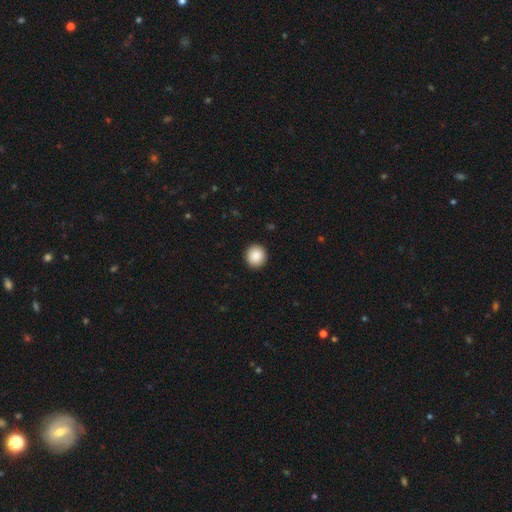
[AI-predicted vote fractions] Overall: smooth (89%). How rounded: round (90%). Merging: none (92%).